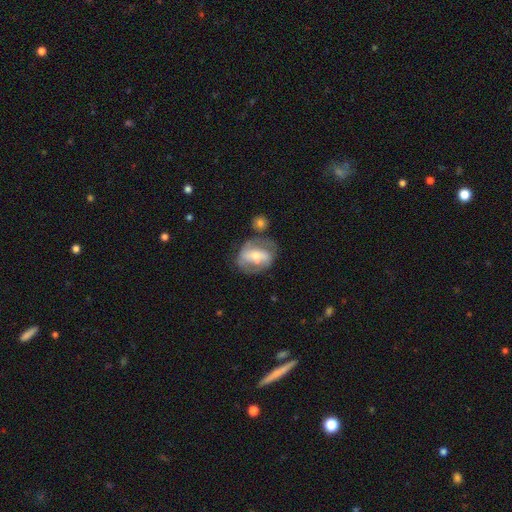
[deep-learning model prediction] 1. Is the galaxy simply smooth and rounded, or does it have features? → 64% featured or disk, 30% smooth, 7% star or artifact.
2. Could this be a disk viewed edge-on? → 94% no, 6% yes.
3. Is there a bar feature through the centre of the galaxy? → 40% strong, 30% weak, 30% no.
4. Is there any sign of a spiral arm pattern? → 60% yes, 40% no.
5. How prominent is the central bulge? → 50% moderate, 44% small, 3% large, 2% none, 1% dominant.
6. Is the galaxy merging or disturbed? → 58% none, 21% minor disturbance, 12% major disturbance, 10% merger.